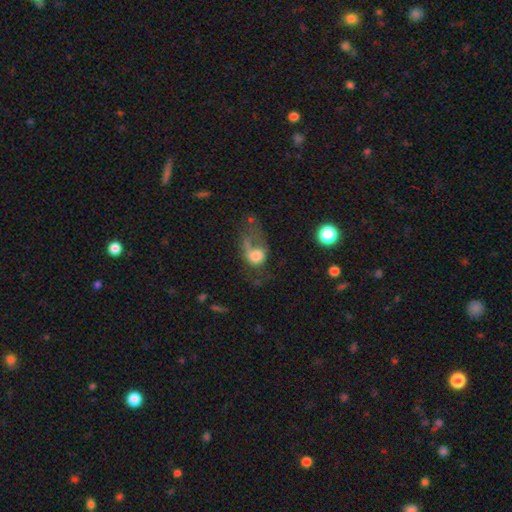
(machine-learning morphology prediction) This appears to be a smooth galaxy with no disk features (55%) that is round (52%). Merging: major disturbance (59%).